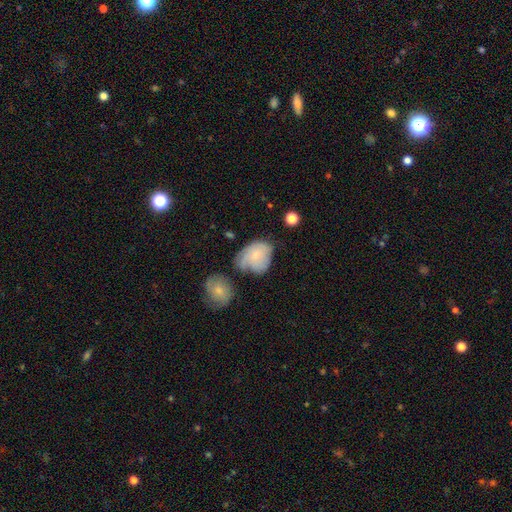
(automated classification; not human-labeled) Smooth or featured?
  - smooth: 62% *
  - featured or disk: 30%
  - star or artifact: 8%
How rounded?
  - in between: 56% *
  - round: 43%
  - cigar-shaped: 1%
Merging?
  - none: 36% *
  - minor disturbance: 33%
  - major disturbance: 18%
  - merger: 13%